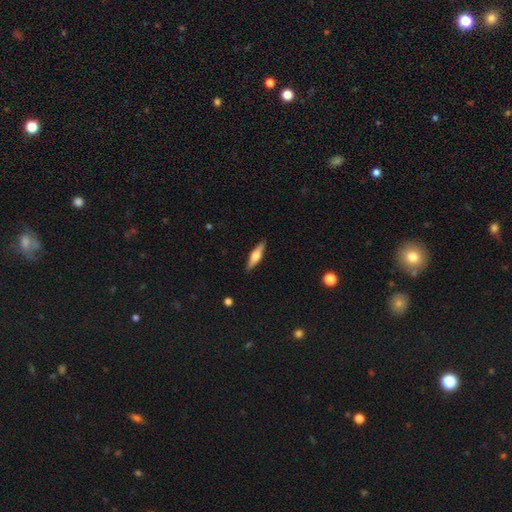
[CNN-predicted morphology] Smooth or featured? featured or disk (48%)
Merging? none (89%)